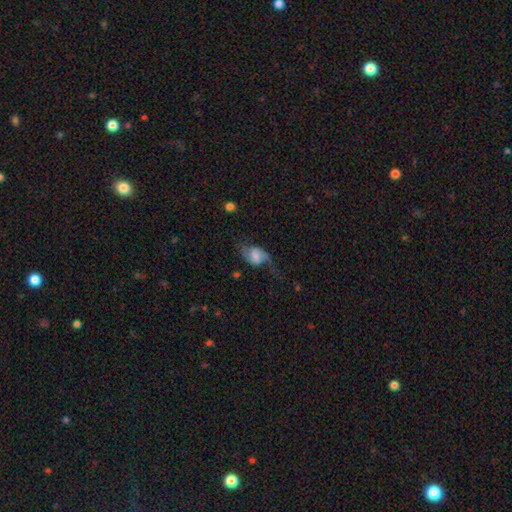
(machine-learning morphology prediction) A featured or disk galaxy (63%) with a weak bar (48%), 2 (80%) loose (69%) spiral arms (90%) and no central bulge (28%).

Vote fractions:
- Smooth or featured? featured or disk: 63% / smooth: 29% / star or artifact: 8%
- Edge-on disk? no: 96% / yes: 4%
- Bar? weak: 48% / no: 32% / strong: 19%
- Spiral arms? yes: 90% / no: 10%
- Spiral winding? loose: 69% / medium: 25% / tight: 6%
- Spiral arm count? 2: 80% / 1: 13% / can't tell: 4% / 3: 1% / 4: 1% / more than 4: 1%
- Bulge size? none: 28% / moderate: 26% / small: 23% / large: 18% / dominant: 5%
- Merging? none: 43% / major disturbance: 31% / minor disturbance: 23% / merger: 3%